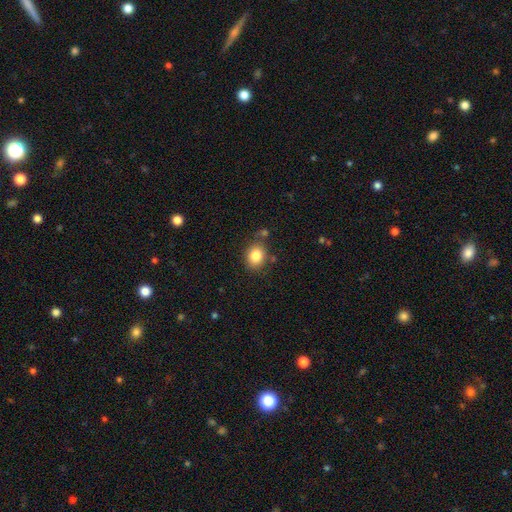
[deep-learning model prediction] smooth_or_featured: smooth (p=0.84) [alt: star or artifact p=0.09]
how_rounded: round (p=0.51) [alt: in between p=0.48]
merging: none (p=0.77) [alt: minor disturbance p=0.13]